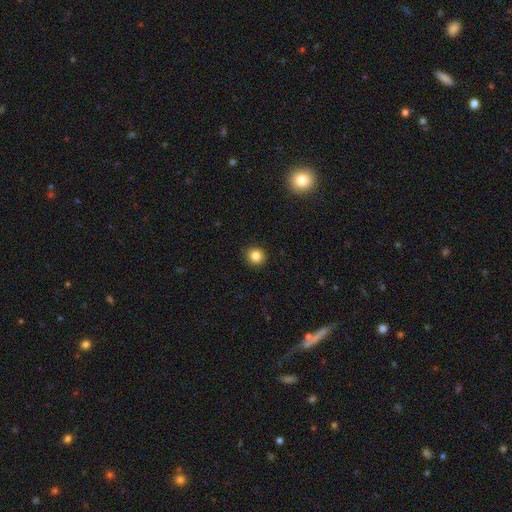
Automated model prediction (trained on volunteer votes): smooth_or_featured: smooth (p=0.85) [alt: star or artifact p=0.11]
how_rounded: round (p=0.91) [alt: in between p=0.08]
merging: none (p=0.92) [alt: minor disturbance p=0.06]